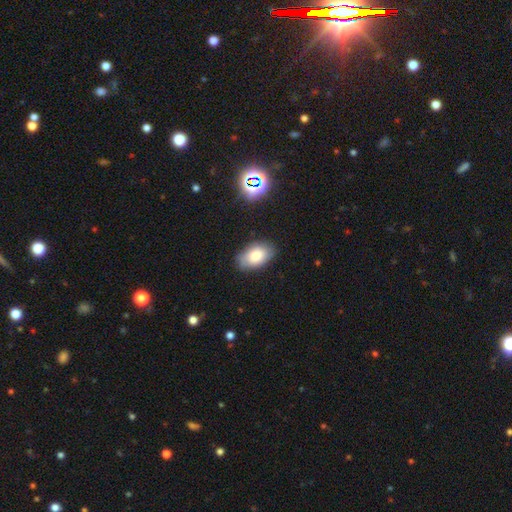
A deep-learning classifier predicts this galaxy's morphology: Smooth or featured? smooth (79%)
How rounded? in between (92%)
Merging? none (81%)